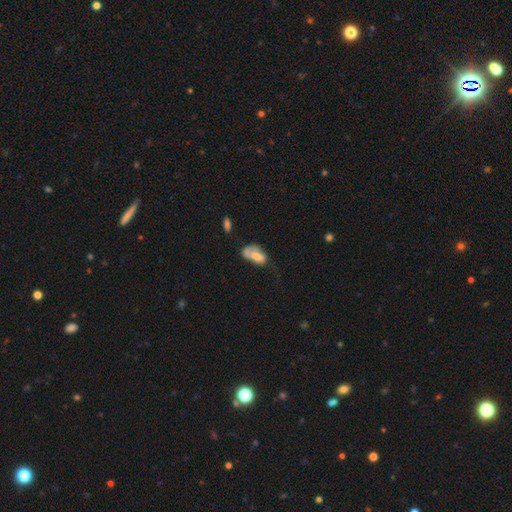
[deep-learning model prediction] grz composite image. It shows a smooth galaxy with no disk features (58%) that is in between round and cigar-shaped (89%). Merging: major disturbance (32%).